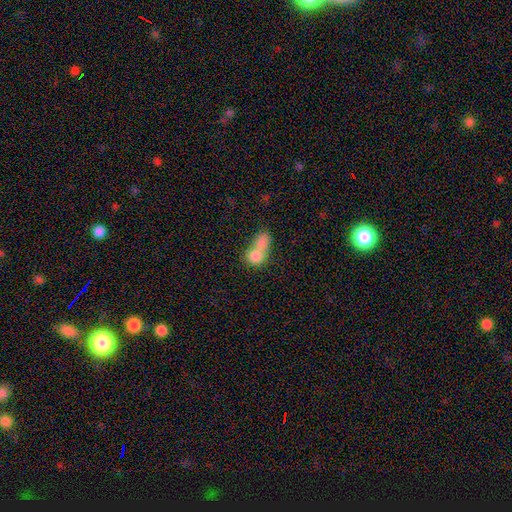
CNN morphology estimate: A smooth galaxy with no disk features (76%) that is round (49%).

Vote fractions:
- Smooth or featured? smooth: 76% / featured or disk: 16% / star or artifact: 8%
- How rounded? round: 49% / in between: 48% / cigar-shaped: 2%
- Merging? merger: 75% / none: 16% / minor disturbance: 5% / major disturbance: 4%